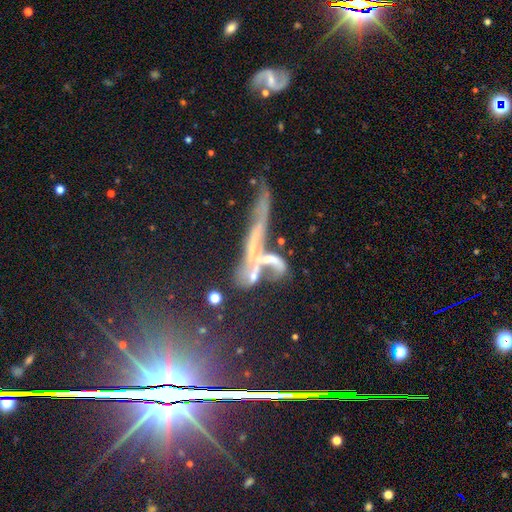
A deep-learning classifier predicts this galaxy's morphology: Overall: featured or disk (59%; star or artifact 22%). Edge-on disk: no (59%; yes 41%). Merging: merger (51%; none 20%).